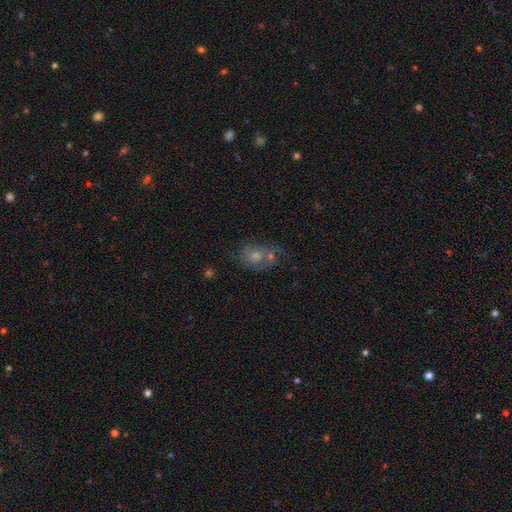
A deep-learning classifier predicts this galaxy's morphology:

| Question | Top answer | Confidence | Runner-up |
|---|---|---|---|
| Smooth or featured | featured or disk | 46% | smooth (33%) |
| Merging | none | 50% | merger (22%) |